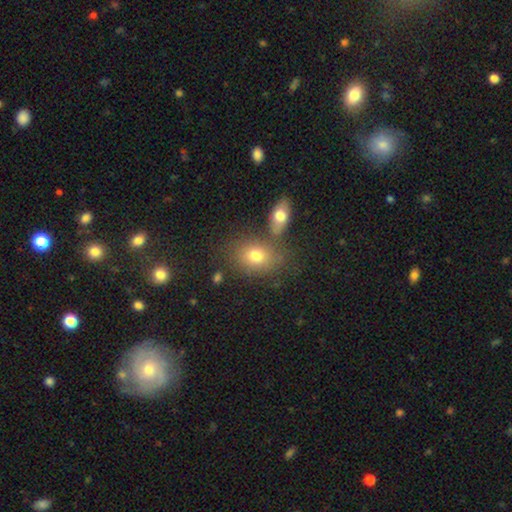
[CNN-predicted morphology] A smooth galaxy with no disk features (75%) that is in between round and cigar-shaped (64%).

Vote fractions:
- Smooth or featured? smooth: 75% / featured or disk: 13% / star or artifact: 12%
- How rounded? in between: 64% / round: 34% / cigar-shaped: 2%
- Merging? none: 63% / merger: 19% / minor disturbance: 12% / major disturbance: 5%